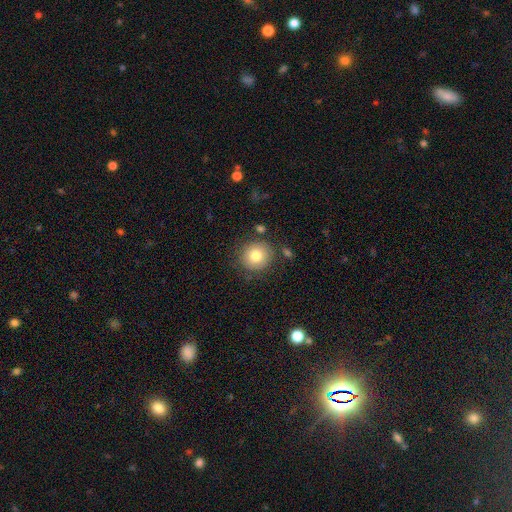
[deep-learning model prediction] Morphology: type=smooth (79%); roundness=round (91%); merging=none (82%).